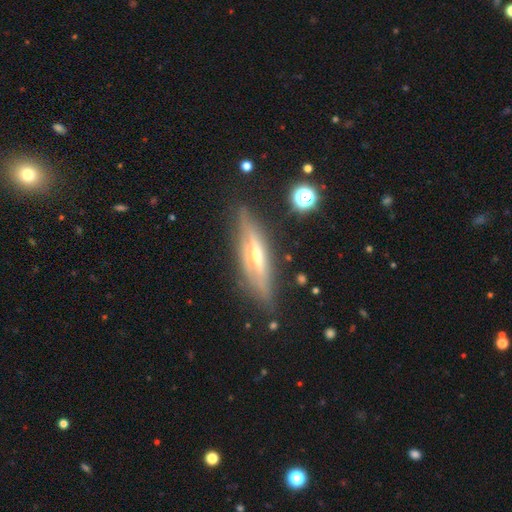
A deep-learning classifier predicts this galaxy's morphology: Smooth or featured: featured or disk — 76% (smooth — 17%)
Edge-on disk: yes — 93% (no — 7%)
Edge-on bulge: rounded — 76% (none — 15%)
Merging: none — 82% (minor disturbance — 13%)